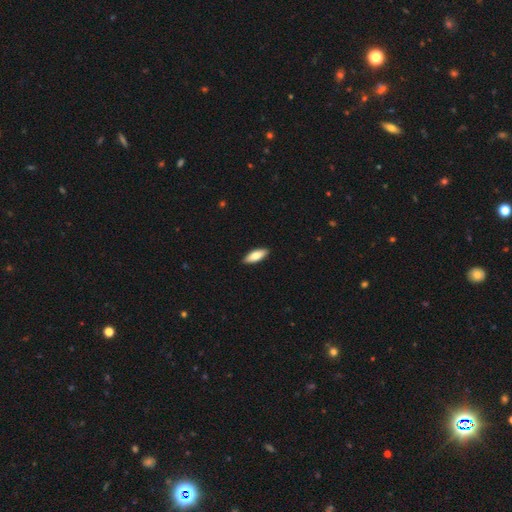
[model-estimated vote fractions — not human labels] Overall: smooth (81%). How rounded: in between (71%). Merging: none (90%).